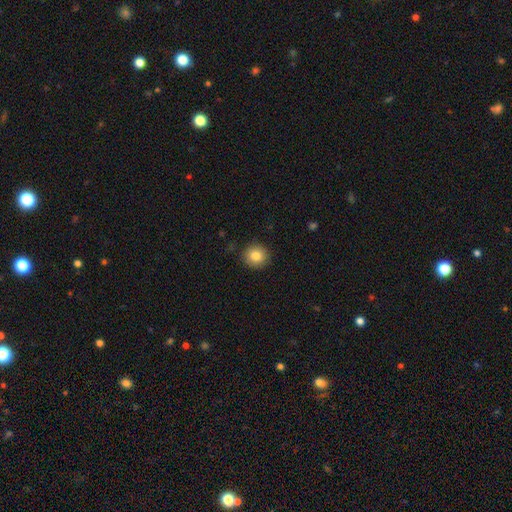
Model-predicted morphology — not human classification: This is clearly a smooth galaxy (84%). How rounded: clearly round (90%). Merging: clearly none (90%).